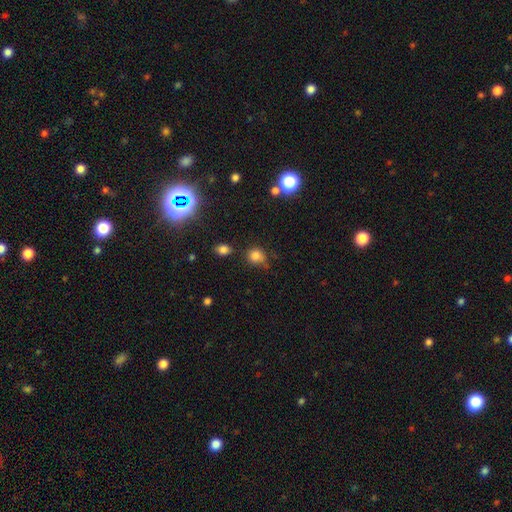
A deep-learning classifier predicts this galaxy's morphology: A smooth galaxy with no disk features (80%) that is round (80%). Merging: none (65%).